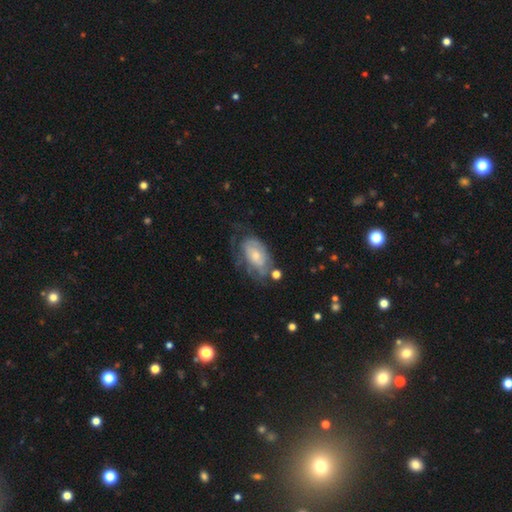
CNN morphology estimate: type=featured or disk (58%); edge-on=no (94%); bar=no (76%); spiral arms=yes (62%); bulge=small (45%); merging=none (41%).